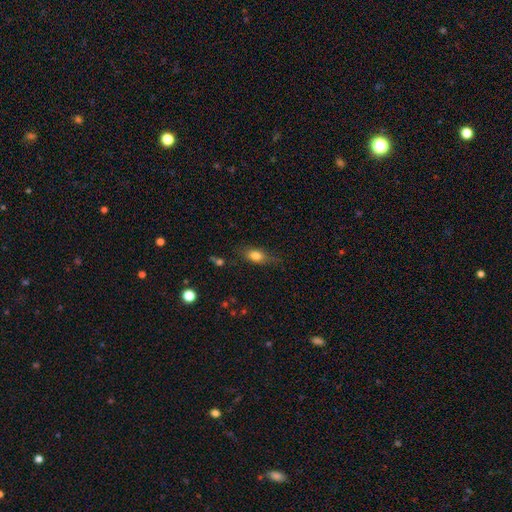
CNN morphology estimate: Q: Smooth or featured?
A: smooth (79%); runner-up: featured or disk (12%)
Q: How rounded?
A: in between (78%); runner-up: round (14%)
Q: Merging?
A: none (71%); runner-up: minor disturbance (21%)